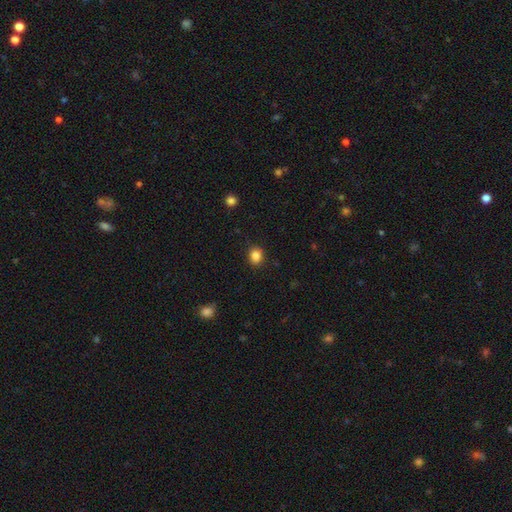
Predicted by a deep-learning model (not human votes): The model was most divided on "how rounded": round: 71%, in between: 28%, cigar-shaped: 1%. More confident: merging — none (88%); smooth or featured — smooth (85%).